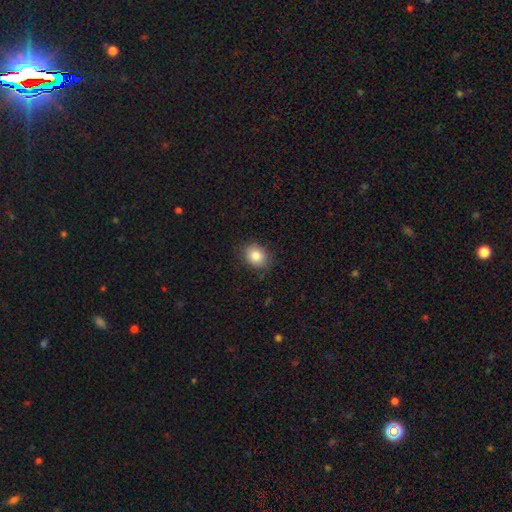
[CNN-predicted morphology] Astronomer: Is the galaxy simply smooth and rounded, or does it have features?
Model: smooth — 85%.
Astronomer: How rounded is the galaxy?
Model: in between — 53% (runner-up: round, 46%).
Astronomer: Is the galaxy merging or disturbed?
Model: none — 85%.